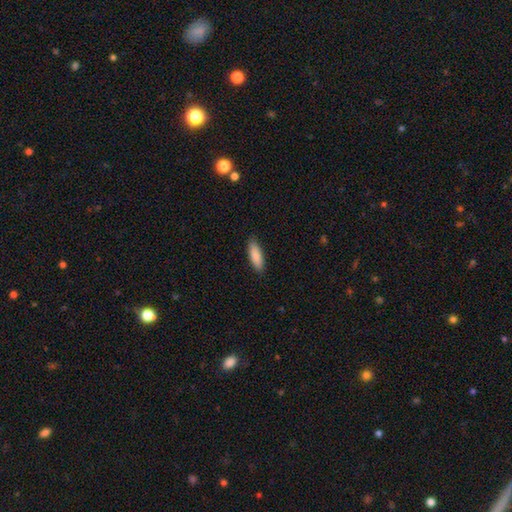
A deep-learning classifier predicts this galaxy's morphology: The model was most divided on "how rounded": in between: 57%, cigar-shaped: 41%, round: 2%. More confident: smooth or featured — smooth (88%); merging — none (88%).